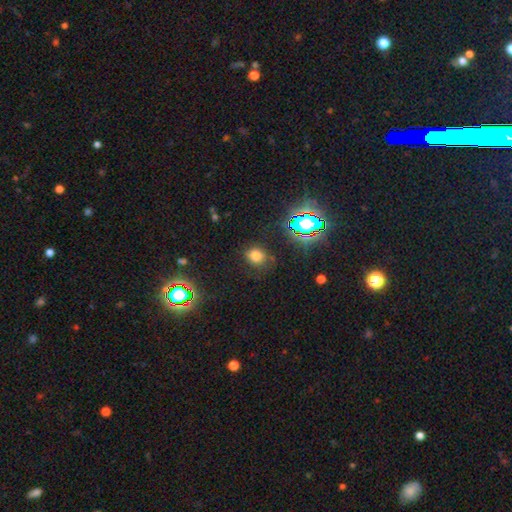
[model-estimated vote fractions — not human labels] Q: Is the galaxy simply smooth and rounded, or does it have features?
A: smooth — 70%.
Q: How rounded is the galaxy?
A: round — 67%.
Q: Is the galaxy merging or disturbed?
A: none — 79%.